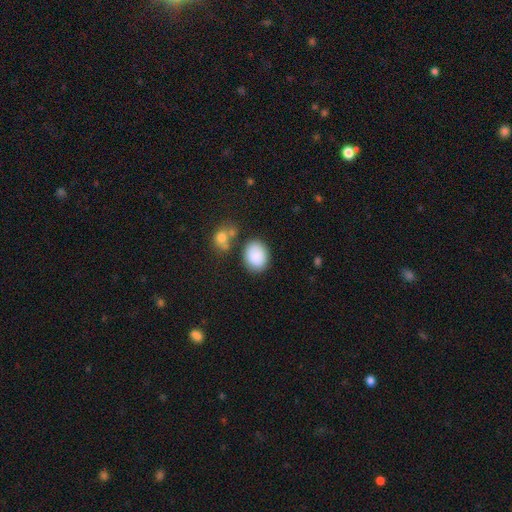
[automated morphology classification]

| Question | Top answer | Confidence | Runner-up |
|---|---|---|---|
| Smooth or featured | smooth | 88% | star or artifact (7%) |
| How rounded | in between | 61% | round (38%) |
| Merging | none | 74% | minor disturbance (14%) |